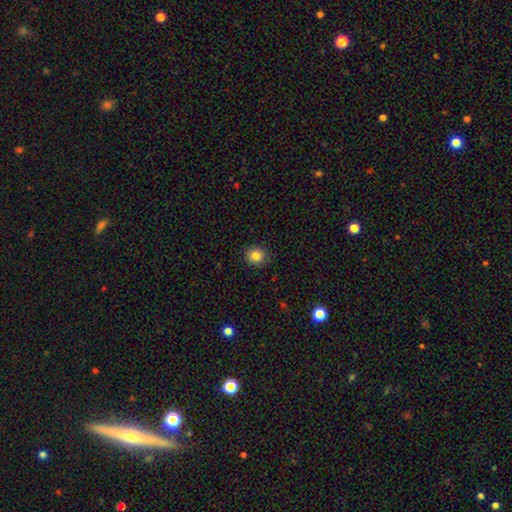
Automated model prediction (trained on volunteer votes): A smooth galaxy with no disk features (85%) that is round (84%).

Vote fractions:
- Smooth or featured? smooth: 85% / star or artifact: 10% / featured or disk: 5%
- How rounded? round: 84% / in between: 16% / cigar-shaped: 1%
- Merging? none: 89% / minor disturbance: 8% / major disturbance: 2% / merger: 1%